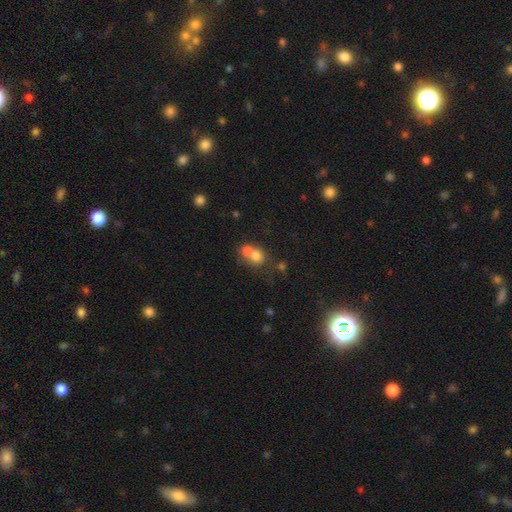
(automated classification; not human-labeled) Morphology: type=smooth (72%); roundness=round (76%); merging=merger (61%).